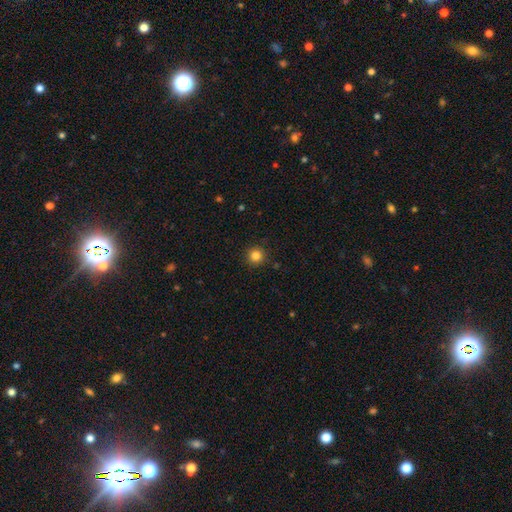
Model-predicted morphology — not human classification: Smooth or featured: smooth — 83% (star or artifact — 12%)
How rounded: round — 95% (in between — 4%)
Merging: none — 91% (minor disturbance — 6%)